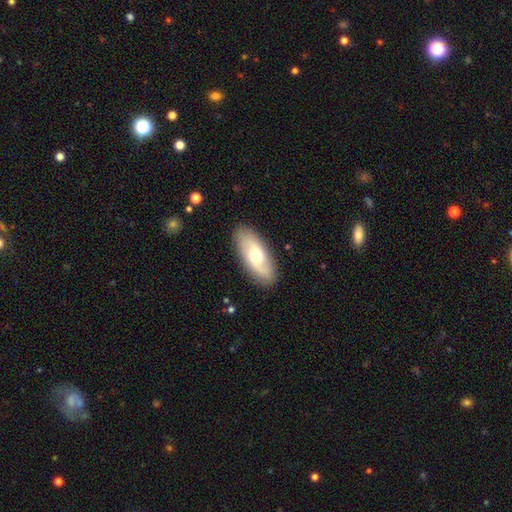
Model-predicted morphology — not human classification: A smooth galaxy with no disk features (48%). Merging: none (87%).